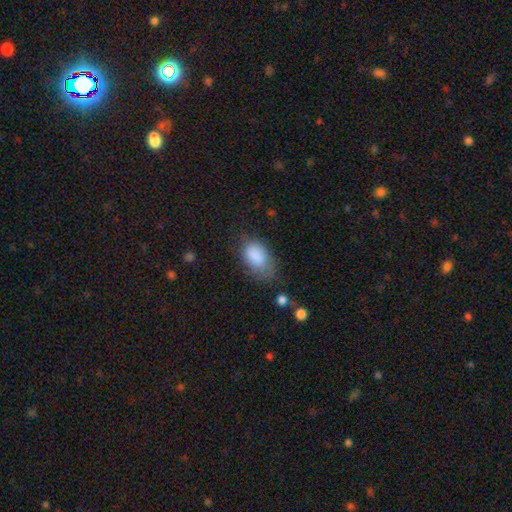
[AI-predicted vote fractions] Smooth or featured? Predicted: smooth (p=0.86). How rounded? Predicted: in between (p=0.92). Merging? Predicted: none (p=0.52).